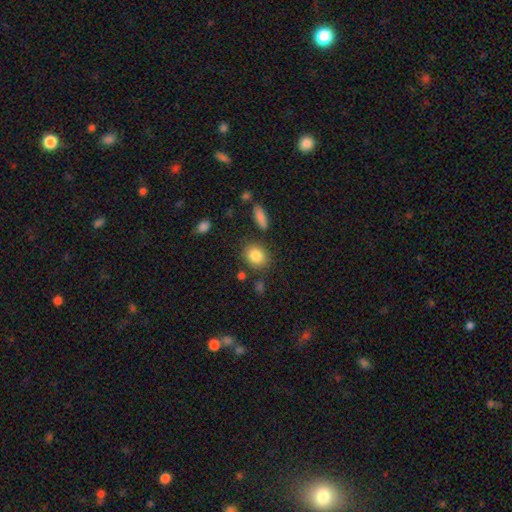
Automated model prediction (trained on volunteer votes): Smooth or featured?
  - smooth: 84% *
  - star or artifact: 9%
  - featured or disk: 7%
How rounded?
  - round: 56% *
  - in between: 43%
  - cigar-shaped: 2%
Merging?
  - none: 80% *
  - minor disturbance: 11%
  - merger: 5%
  - major disturbance: 3%